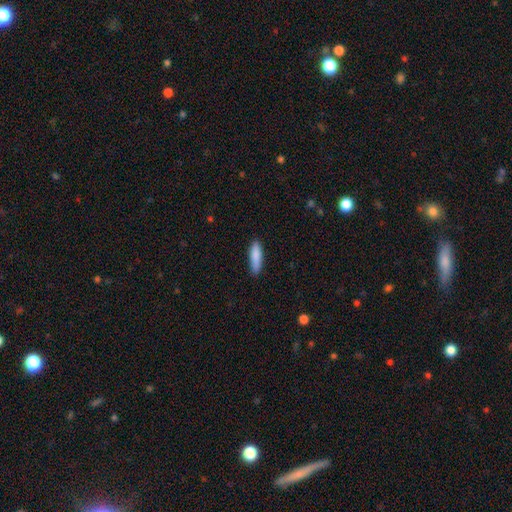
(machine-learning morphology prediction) Smooth or featured?
  - smooth: 86% *
  - featured or disk: 8%
  - star or artifact: 6%
How rounded?
  - cigar-shaped: 66% *
  - in between: 32%
  - round: 2%
Merging?
  - none: 84% *
  - minor disturbance: 12%
  - major disturbance: 2%
  - merger: 1%